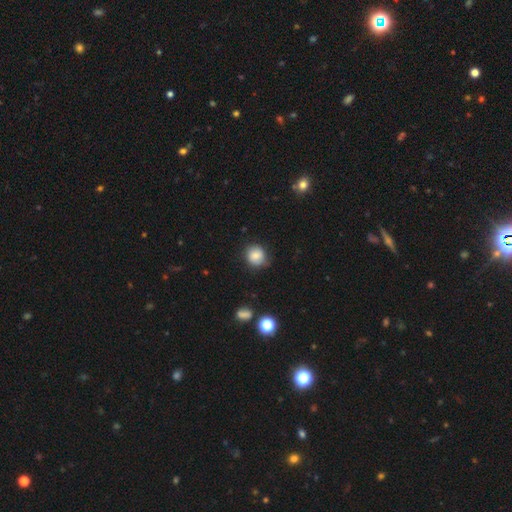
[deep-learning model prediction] Overall: smooth (79%). How rounded: round (83%). Merging: none (77%).